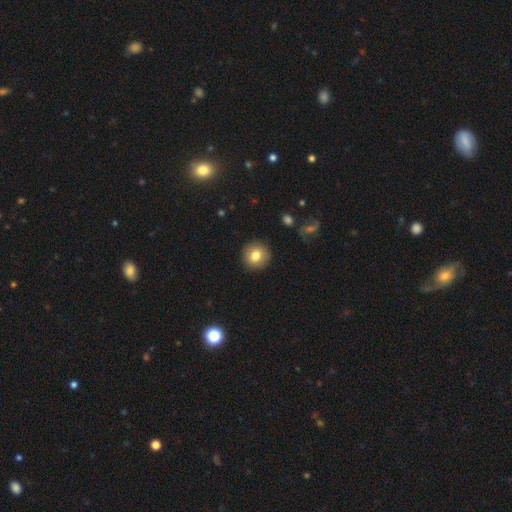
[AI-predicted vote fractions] A smooth galaxy with no disk features (80%) that is round (91%). Merging: none (90%).